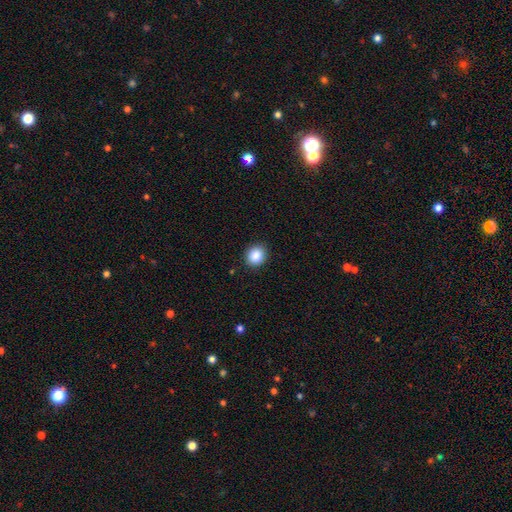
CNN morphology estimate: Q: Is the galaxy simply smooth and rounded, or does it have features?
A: smooth — 88%.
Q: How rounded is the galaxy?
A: round — 76%.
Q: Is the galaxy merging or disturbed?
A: none — 90%.